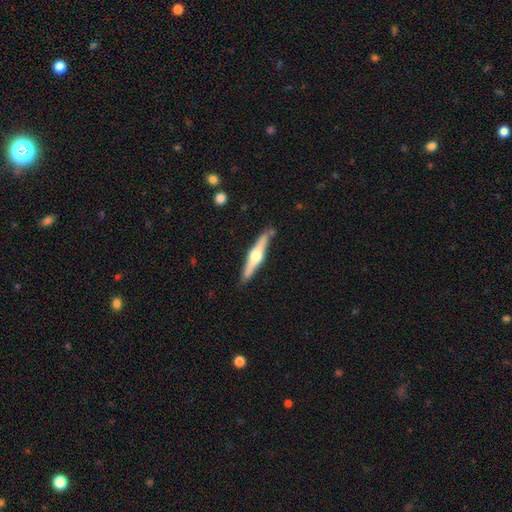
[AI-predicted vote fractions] Morphology: type=featured or disk (69%); edge-on=yes (97%); edge-on bulge=rounded (93%); merging=none (85%).